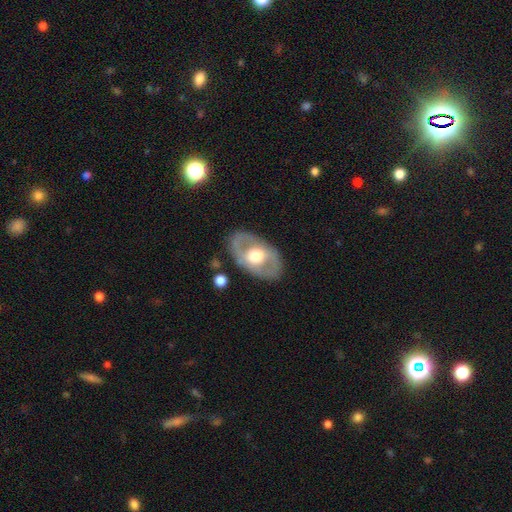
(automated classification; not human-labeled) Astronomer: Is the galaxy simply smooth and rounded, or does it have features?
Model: featured or disk — 61%.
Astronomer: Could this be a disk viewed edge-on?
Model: no — 90%.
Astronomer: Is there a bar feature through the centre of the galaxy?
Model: no — 68%.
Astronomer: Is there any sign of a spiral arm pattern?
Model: no — 68%.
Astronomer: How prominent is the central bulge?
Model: moderate — 65%.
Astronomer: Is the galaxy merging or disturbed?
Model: none — 81%.